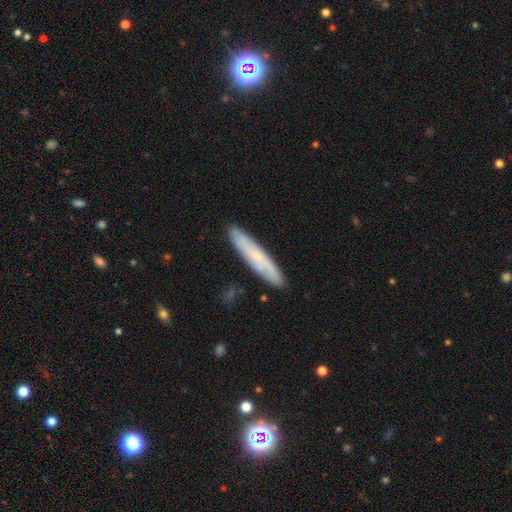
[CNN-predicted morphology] This appears to be a smooth galaxy with no disk features (51%) that is cigar-shaped (89%). Merging: none (87%).